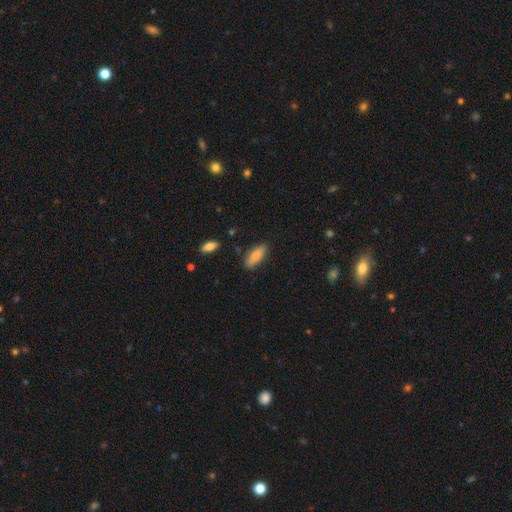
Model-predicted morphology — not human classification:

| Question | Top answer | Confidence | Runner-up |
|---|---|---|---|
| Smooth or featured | smooth | 85% | featured or disk (8%) |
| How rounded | in between | 65% | cigar-shaped (33%) |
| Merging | none | 85% | minor disturbance (11%) |